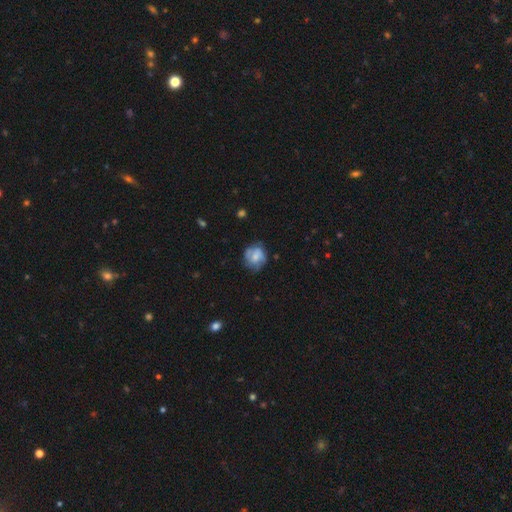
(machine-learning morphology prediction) A smooth galaxy with no disk features (51%) that is round (78%).

Vote fractions:
- Smooth or featured? smooth: 51% / featured or disk: 41% / star or artifact: 8%
- How rounded? round: 78% / in between: 21% / cigar-shaped: 1%
- Merging? none: 63% / minor disturbance: 25% / major disturbance: 10% / merger: 2%